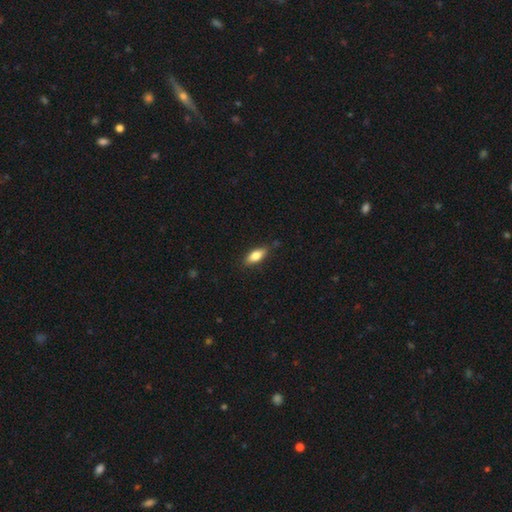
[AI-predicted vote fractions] The model was most divided on "how rounded": in between: 78%, cigar-shaped: 19%, round: 3%. More confident: merging — none (83%); smooth or featured — smooth (77%).